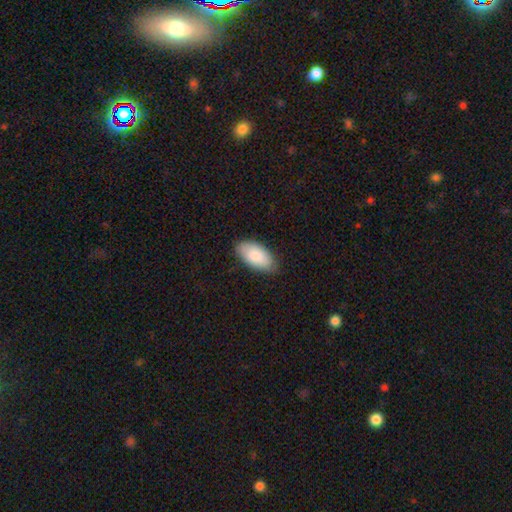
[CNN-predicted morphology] A smooth galaxy with no disk features (86%) that is in between round and cigar-shaped (95%).

Vote fractions:
- Smooth or featured? smooth: 86% / featured or disk: 8% / star or artifact: 5%
- How rounded? in between: 95% / cigar-shaped: 3% / round: 2%
- Merging? none: 83% / minor disturbance: 13% / major disturbance: 2% / merger: 1%